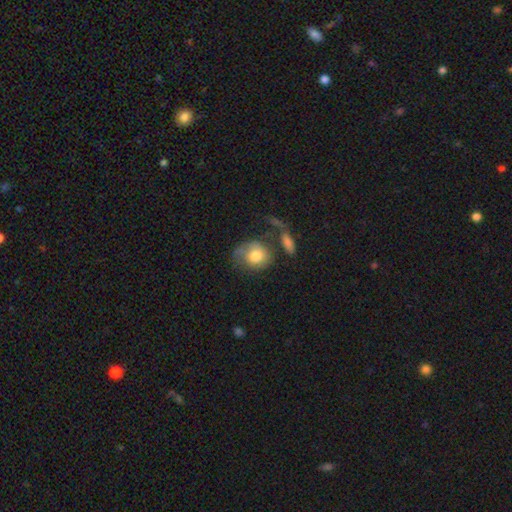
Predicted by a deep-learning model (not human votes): Smooth or featured? smooth (68%)
How rounded? round (59%)
Merging? none (41%)